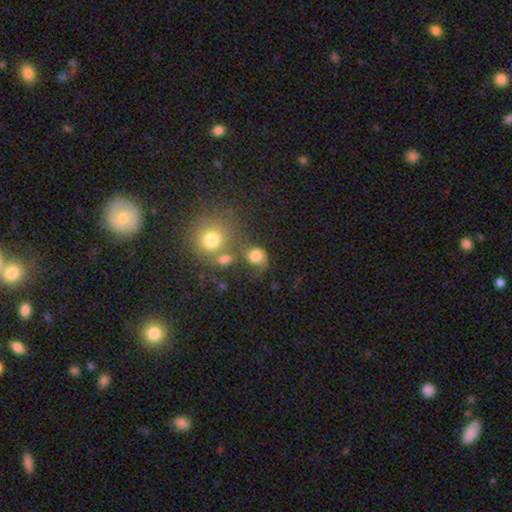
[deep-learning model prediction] A smooth galaxy with no disk features (73%) that is round (68%).

Vote fractions:
- Smooth or featured? smooth: 73% / featured or disk: 14% / star or artifact: 13%
- How rounded? round: 68% / in between: 31% / cigar-shaped: 1%
- Merging? none: 39% / merger: 25% / minor disturbance: 20% / major disturbance: 16%